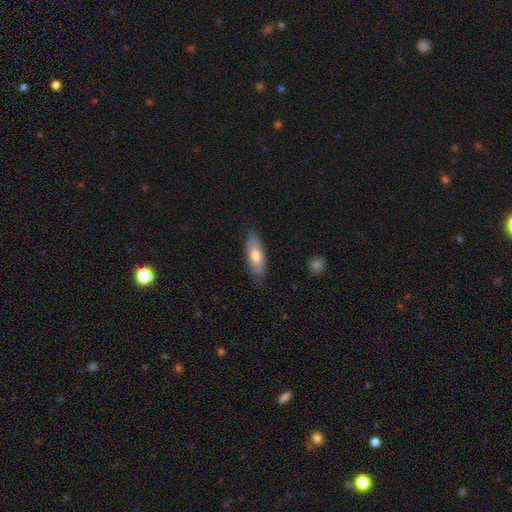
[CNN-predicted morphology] smooth 72%, featured or disk 22%, star or artifact 6%. Down the decision tree: how rounded — in between (70%); merging — none (81%).